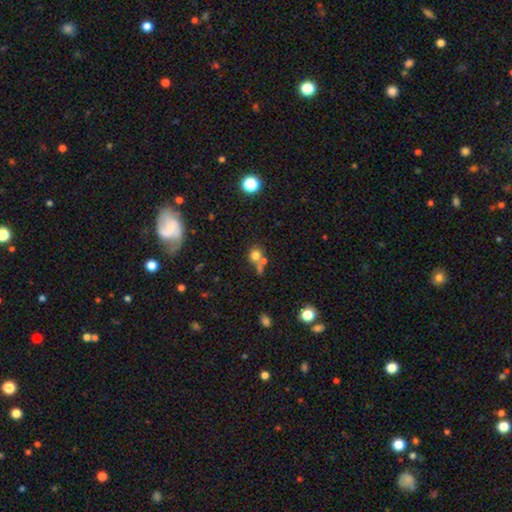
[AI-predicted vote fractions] Smooth or featured? smooth (74%)
How rounded? round (84%)
Merging? none (48%)